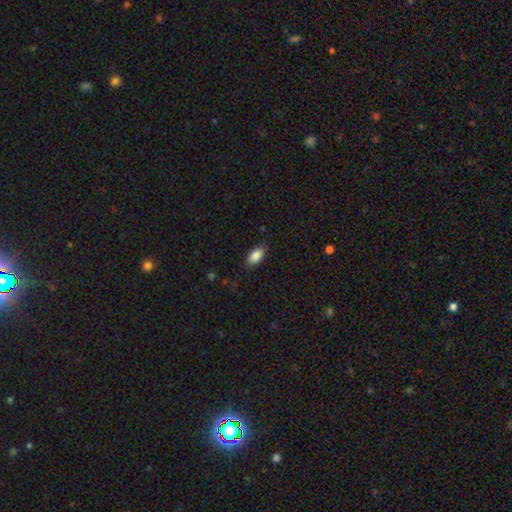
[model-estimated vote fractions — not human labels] Smooth or featured? Predicted: smooth (p=0.87). How rounded? Predicted: in between (p=0.92). Merging? Predicted: none (p=0.84).